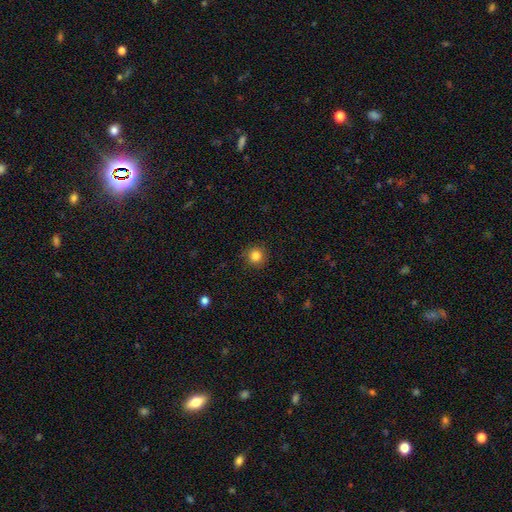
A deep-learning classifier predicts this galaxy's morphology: smooth 84%, star or artifact 11%, featured or disk 5%. Down the decision tree: how rounded — round (94%); merging — none (90%).